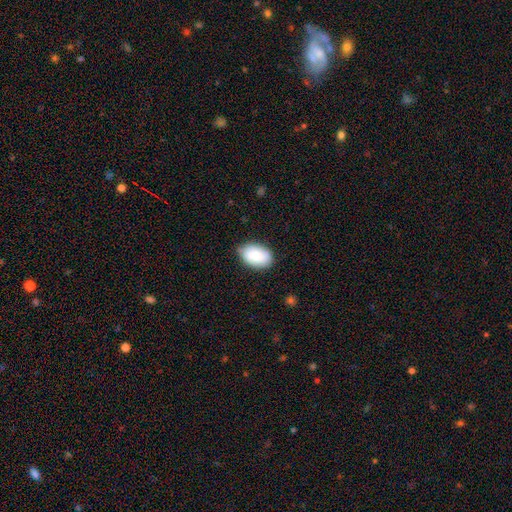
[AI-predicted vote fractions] smooth-or-featured: smooth: 83% | featured or disk: 10% | star or artifact: 6%
  how-rounded: in between: 91% | round: 8% | cigar-shaped: 1%
  merging: none: 77% | minor disturbance: 19% | major disturbance: 3% | merger: 1%